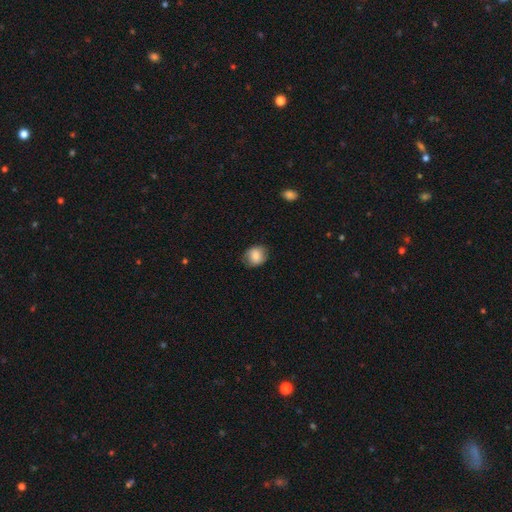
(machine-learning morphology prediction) smooth-or-featured: smooth: 79% | featured or disk: 13% | star or artifact: 8%
  how-rounded: round: 63% | in between: 36% | cigar-shaped: 1%
  merging: none: 77% | minor disturbance: 18% | major disturbance: 4% | merger: 1%